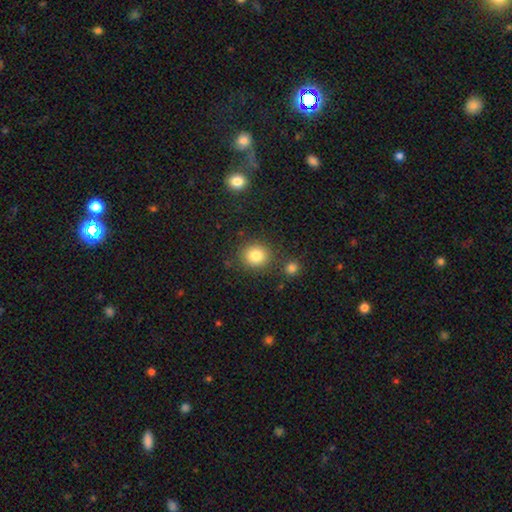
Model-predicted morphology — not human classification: Q: Smooth or featured?
A: smooth (84%); runner-up: star or artifact (10%)
Q: How rounded?
A: round (86%); runner-up: in between (13%)
Q: Merging?
A: none (83%); runner-up: minor disturbance (8%)